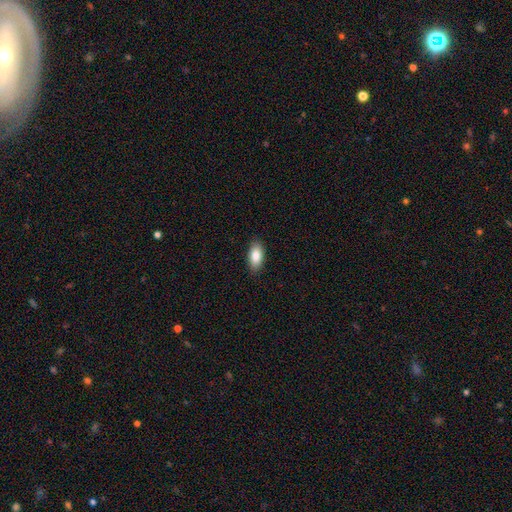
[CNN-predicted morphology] Smooth or featured?
  - smooth: 85% *
  - featured or disk: 8%
  - star or artifact: 7%
How rounded?
  - in between: 90% *
  - cigar-shaped: 8%
  - round: 3%
Merging?
  - none: 88% *
  - minor disturbance: 9%
  - major disturbance: 2%
  - merger: 1%